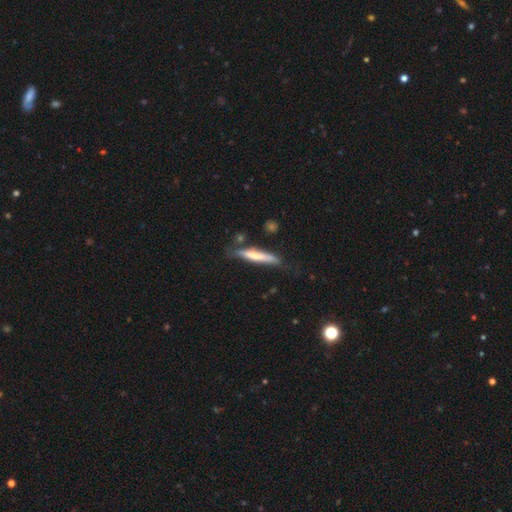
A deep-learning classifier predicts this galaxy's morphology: This is possibly a smooth galaxy (58%). How rounded: clearly cigar-shaped (91%). Merging: likely none (68%).